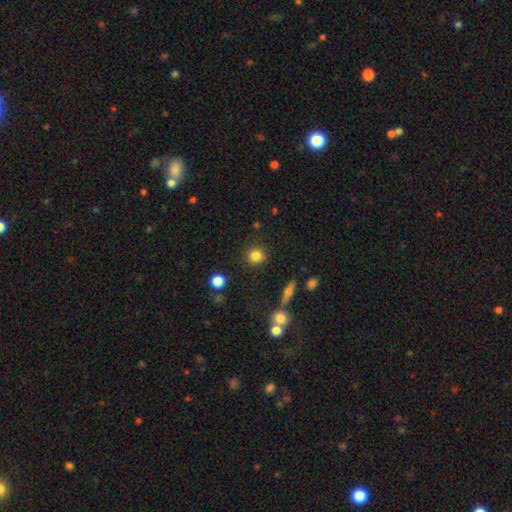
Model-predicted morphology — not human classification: Smooth or featured? Predicted: smooth (p=0.83). How rounded? Predicted: round (p=0.89). Merging? Predicted: none (p=0.88).